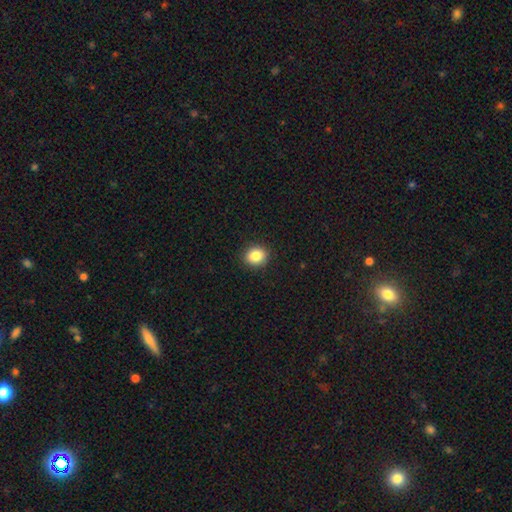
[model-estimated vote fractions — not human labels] The model was most divided on "how rounded": round: 74%, in between: 25%, cigar-shaped: 1%. More confident: merging — none (91%); smooth or featured — smooth (86%).